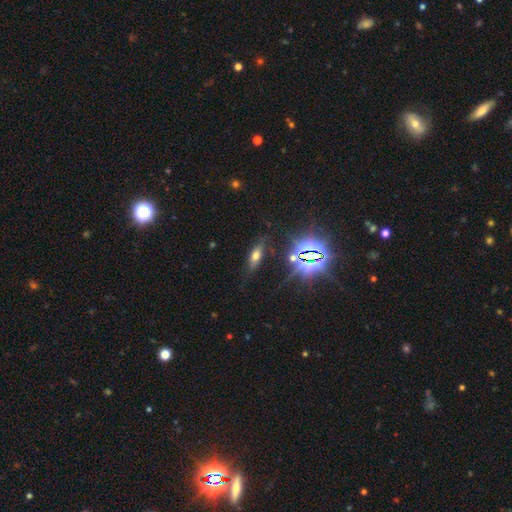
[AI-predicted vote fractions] Smooth or featured?
  - smooth: 49% *
  - star or artifact: 28%
  - featured or disk: 23%
Merging?
  - none: 79% *
  - minor disturbance: 14%
  - major disturbance: 5%
  - merger: 3%